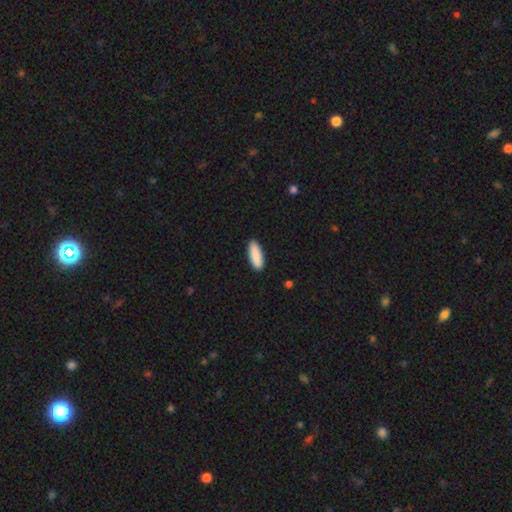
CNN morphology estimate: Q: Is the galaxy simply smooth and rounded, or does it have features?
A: smooth — 91%.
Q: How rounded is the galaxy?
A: in between — 66%.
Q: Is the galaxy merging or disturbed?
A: none — 90%.